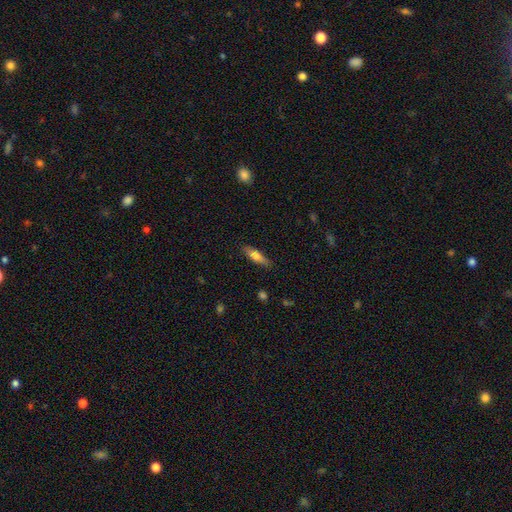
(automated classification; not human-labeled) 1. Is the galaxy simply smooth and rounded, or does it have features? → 67% smooth, 27% featured or disk, 7% star or artifact.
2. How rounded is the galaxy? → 59% cigar-shaped, 38% in between, 2% round.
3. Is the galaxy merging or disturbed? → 85% none, 12% minor disturbance, 2% major disturbance, 1% merger.